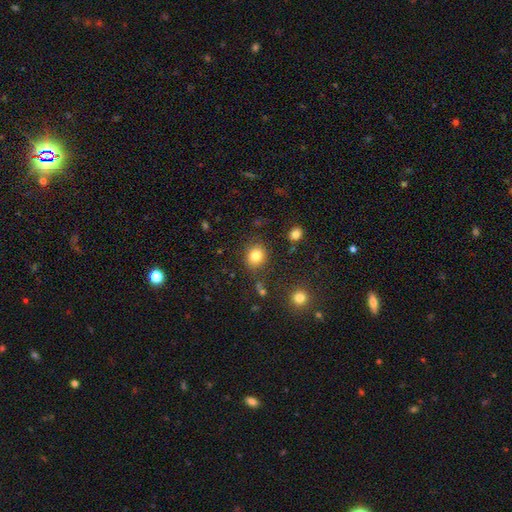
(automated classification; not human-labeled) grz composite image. It shows a smooth galaxy with no disk features (82%) that is round (72%). Merging: none (81%).